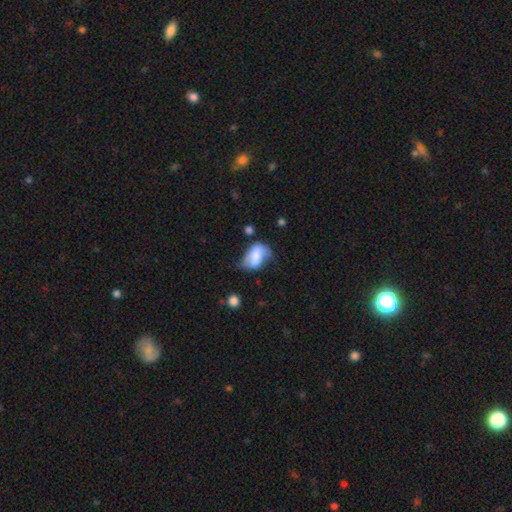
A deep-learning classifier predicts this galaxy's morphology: A smooth galaxy with no disk features (59%) that is in between round and cigar-shaped (85%). Merging: minor disturbance (38%).